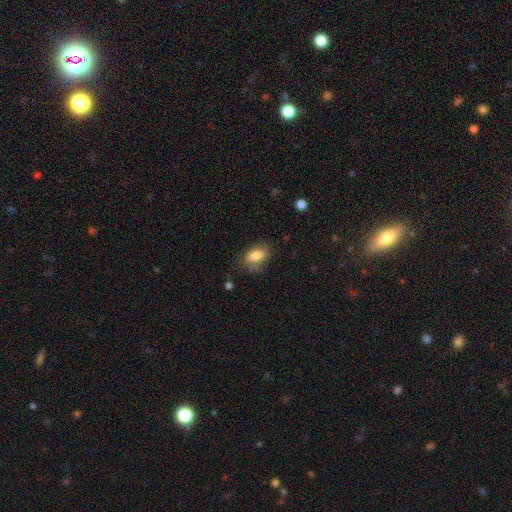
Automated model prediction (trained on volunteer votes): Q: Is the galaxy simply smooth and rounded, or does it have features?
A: smooth — 82%.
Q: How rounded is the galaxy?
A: in between — 86%.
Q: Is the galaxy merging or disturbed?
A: none — 71%.